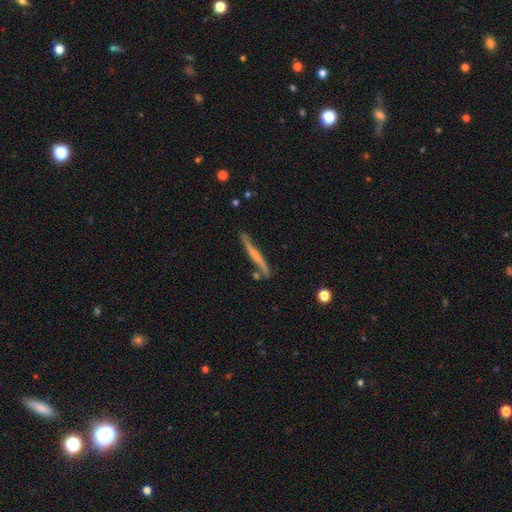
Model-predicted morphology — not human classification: Overall: featured or disk (57%; smooth 37%). Edge-on disk: yes (90%). Edge-on bulge: none (60%; rounded 27%). Merging: none (72%).